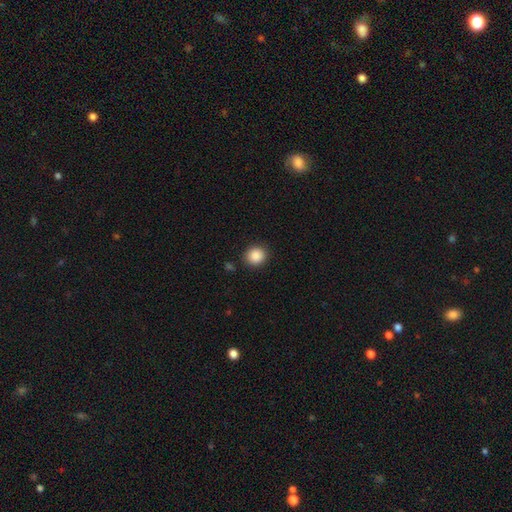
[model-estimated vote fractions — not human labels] This is clearly a smooth galaxy (88%). How rounded: clearly round (85%). Merging: clearly none (89%).